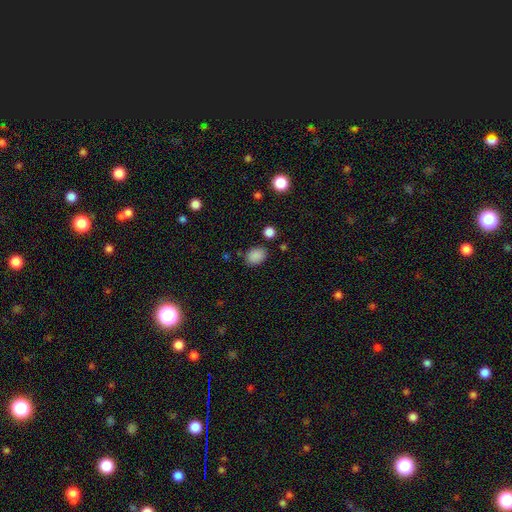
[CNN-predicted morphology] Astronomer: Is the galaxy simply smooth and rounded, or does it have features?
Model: smooth — 86%.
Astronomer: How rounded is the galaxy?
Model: in between — 72%.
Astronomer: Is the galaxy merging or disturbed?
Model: none — 79%.